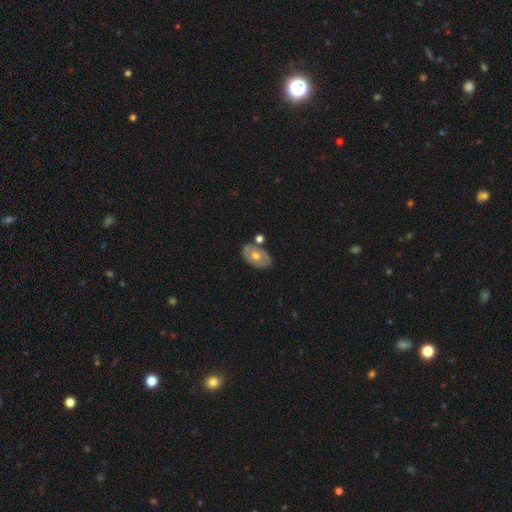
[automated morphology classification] Smooth or featured? Predicted: featured or disk (p=0.53). Edge-on disk? Predicted: no (p=0.91). Merging? Predicted: none (p=0.69).